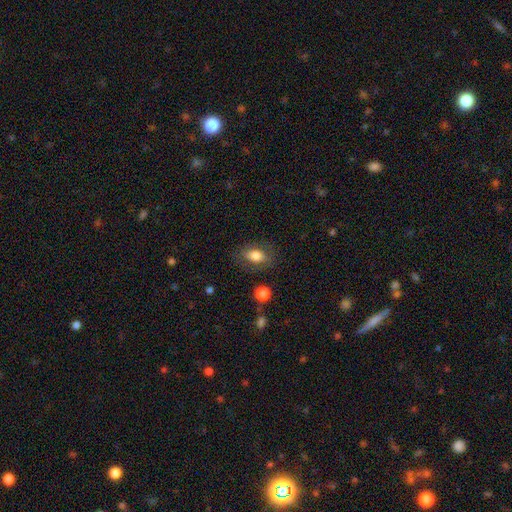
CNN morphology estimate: A smooth galaxy with no disk features (77%) that is in between round and cigar-shaped (83%). Merging: none (76%).